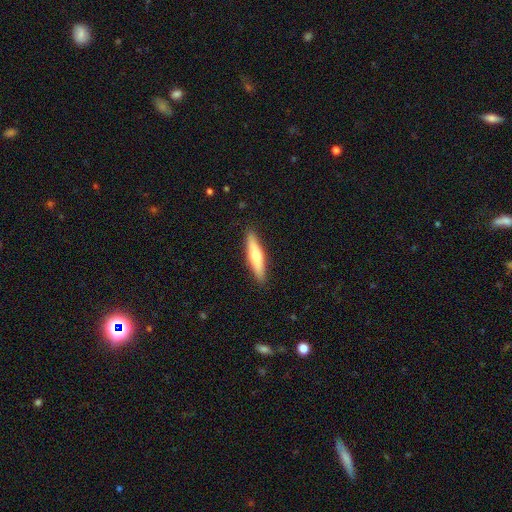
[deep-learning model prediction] Smooth or featured? Predicted: smooth (p=0.54). How rounded? Predicted: cigar-shaped (p=0.82). Merging? Predicted: none (p=0.90).